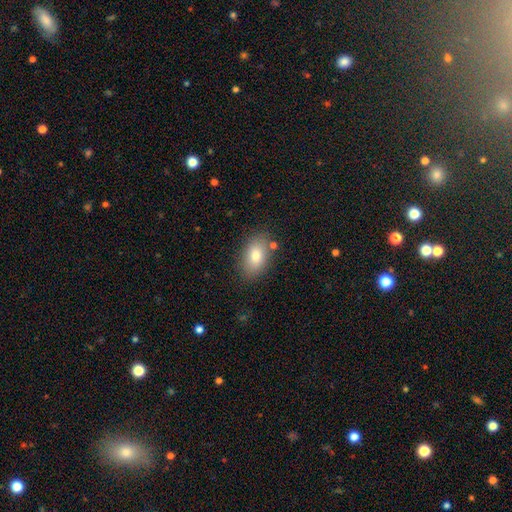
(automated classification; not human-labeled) smooth 79%, featured or disk 13%, star or artifact 8%. Down the decision tree: how rounded — in between (89%); merging — none (81%).